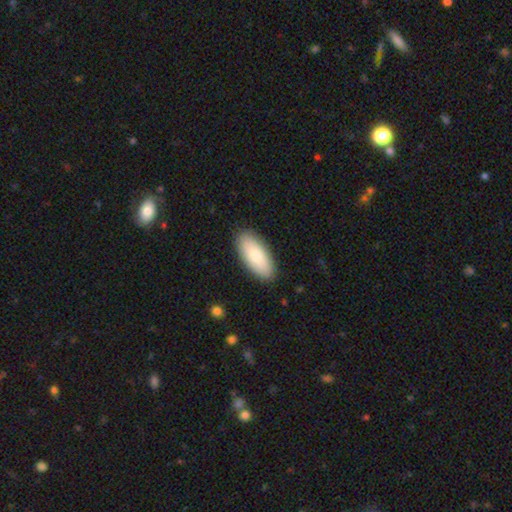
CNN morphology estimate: Overall: smooth (82%). How rounded: in between (90%). Merging: none (89%).